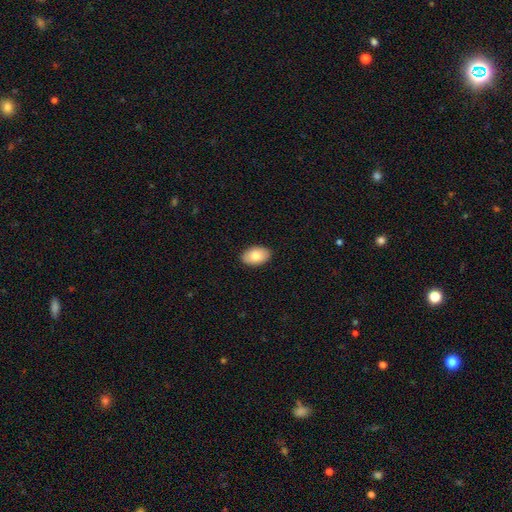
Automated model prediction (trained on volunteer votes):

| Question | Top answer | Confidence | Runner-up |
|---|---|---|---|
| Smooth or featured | smooth | 82% | featured or disk (11%) |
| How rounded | in between | 91% | round (7%) |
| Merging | none | 90% | minor disturbance (7%) |